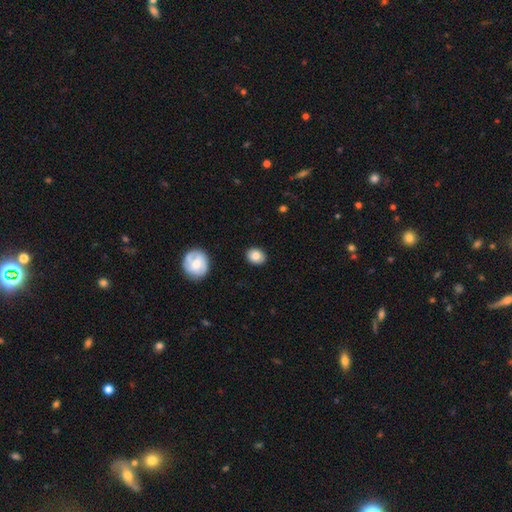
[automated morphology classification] smooth 82%, featured or disk 10%, star or artifact 8%. Down the decision tree: how rounded — round (52%); merging — none (88%).